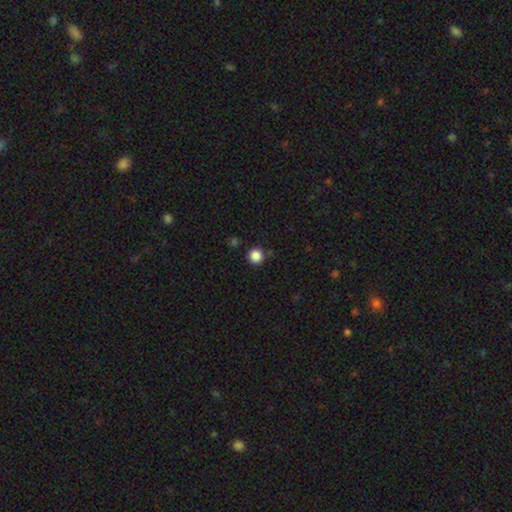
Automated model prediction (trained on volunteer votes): A smooth galaxy with no disk features (86%) that is round (94%). Merging: none (88%).